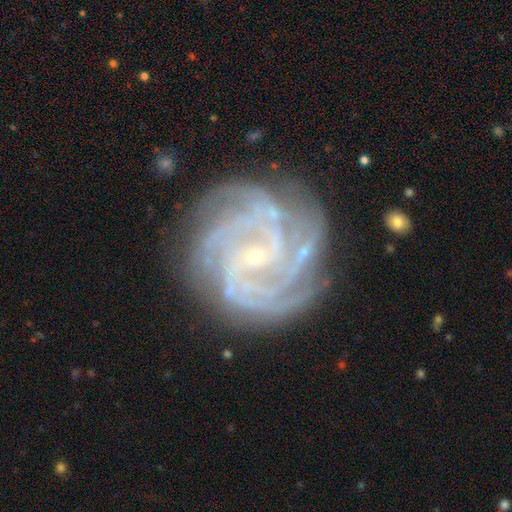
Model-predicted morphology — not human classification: Overall: featured or disk (91%). Edge-on disk: no (98%). Bar: no (51%; weak 33%). Spiral arms: yes (98%). Spiral arm count: 4 (35%; more than 4 18%). Spiral winding: tight (72%). Bulge size: small (87%). Merging: none (79%).